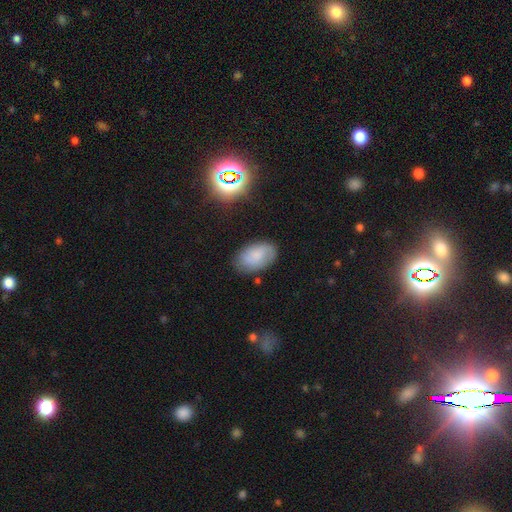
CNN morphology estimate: A smooth galaxy with no disk features (68%) that is in between round and cigar-shaped (91%).

Vote fractions:
- Smooth or featured? smooth: 68% / featured or disk: 21% / star or artifact: 10%
- How rounded? in between: 91% / round: 7% / cigar-shaped: 1%
- Merging? none: 77% / minor disturbance: 17% / major disturbance: 4% / merger: 2%